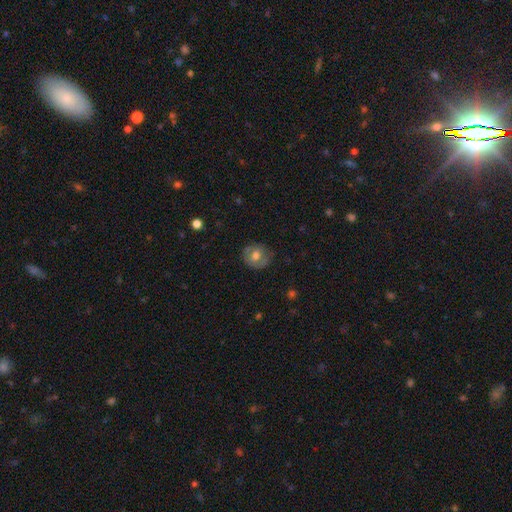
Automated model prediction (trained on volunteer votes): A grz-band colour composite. It shows a smooth galaxy with no disk features (63%) that is round (83%). Merging: none (76%).